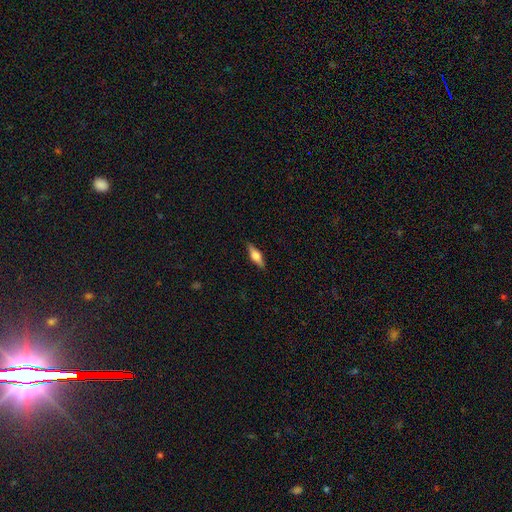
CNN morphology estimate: The model was most divided on "smooth or featured": featured or disk: 49%, smooth: 45%, star or artifact: 7%. More confident: merging — none (88%).